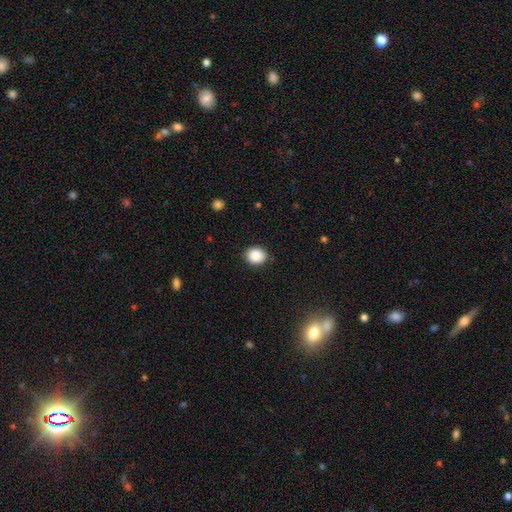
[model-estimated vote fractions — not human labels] Overall: smooth (87%). How rounded: round (70%; in between 30%). Merging: none (88%).